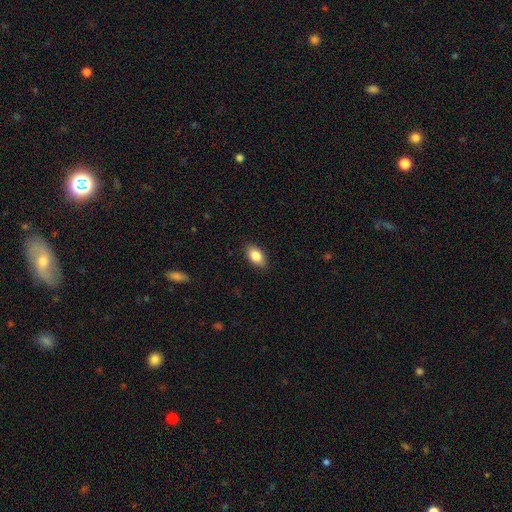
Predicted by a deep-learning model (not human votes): Smooth or featured? Predicted: smooth (p=0.85). How rounded? Predicted: in between (p=0.91). Merging? Predicted: none (p=0.87).